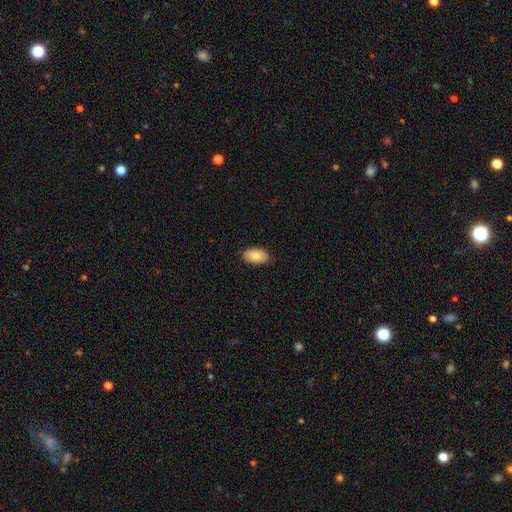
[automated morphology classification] Q: Smooth or featured?
A: smooth (83%); runner-up: featured or disk (10%)
Q: How rounded?
A: in between (95%); runner-up: round (4%)
Q: Merging?
A: none (85%); runner-up: minor disturbance (12%)